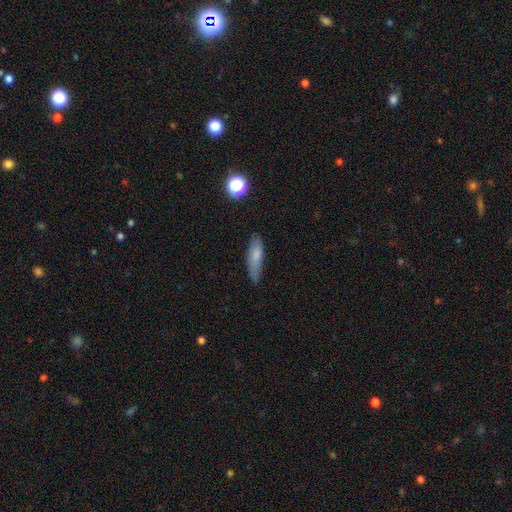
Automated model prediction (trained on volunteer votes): This appears to be a smooth galaxy with no disk features (75%) that is cigar-shaped (58%). Merging: none (73%).